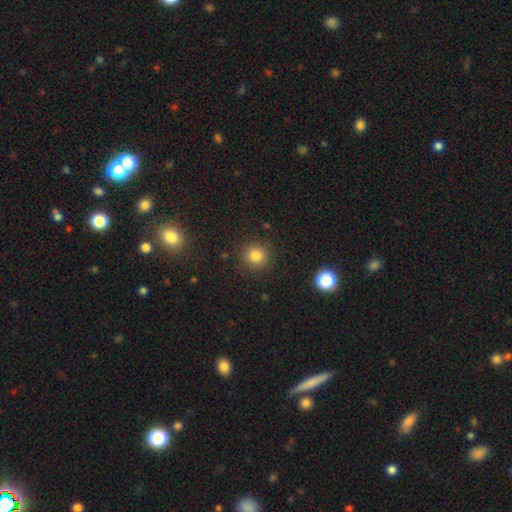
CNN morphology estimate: The model was most divided on "smooth or featured": smooth: 81%, star or artifact: 14%, featured or disk: 5%. More confident: how rounded — round (92%); merging — none (89%).